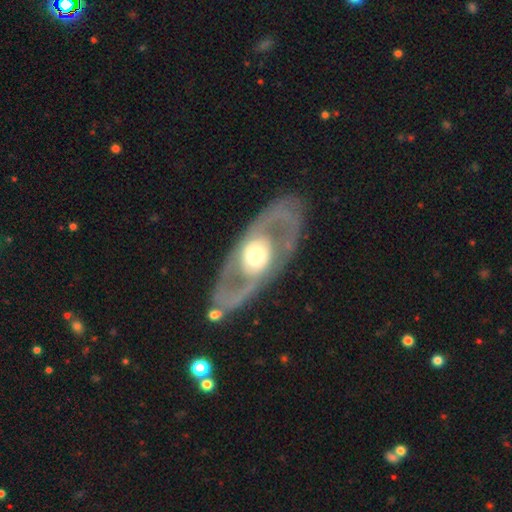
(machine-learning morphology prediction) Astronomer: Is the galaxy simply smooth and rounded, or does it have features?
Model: featured or disk — 70%.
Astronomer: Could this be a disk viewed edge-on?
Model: no — 85%.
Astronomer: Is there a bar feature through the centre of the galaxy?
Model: no — 81%.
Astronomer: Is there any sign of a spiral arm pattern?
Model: no — 74%.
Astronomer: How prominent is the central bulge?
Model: moderate — 53% (runner-up: large, 36%).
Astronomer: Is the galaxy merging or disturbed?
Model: none — 75%.